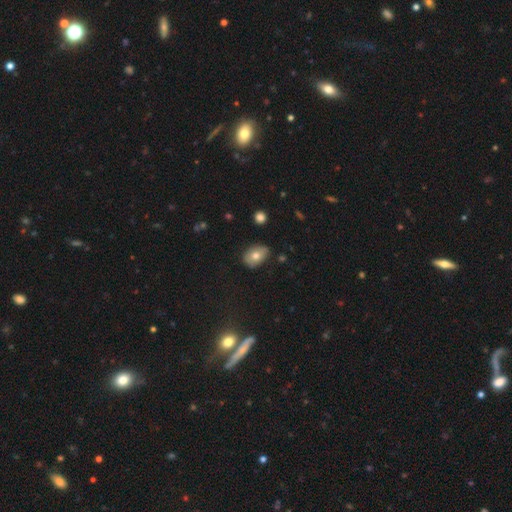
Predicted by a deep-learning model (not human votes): A smooth galaxy with no disk features (71%) that is in between round and cigar-shaped (78%).

Vote fractions:
- Smooth or featured? smooth: 71% / featured or disk: 20% / star or artifact: 9%
- How rounded? in between: 78% / round: 21% / cigar-shaped: 1%
- Merging? none: 77% / minor disturbance: 18% / major disturbance: 3% / merger: 2%